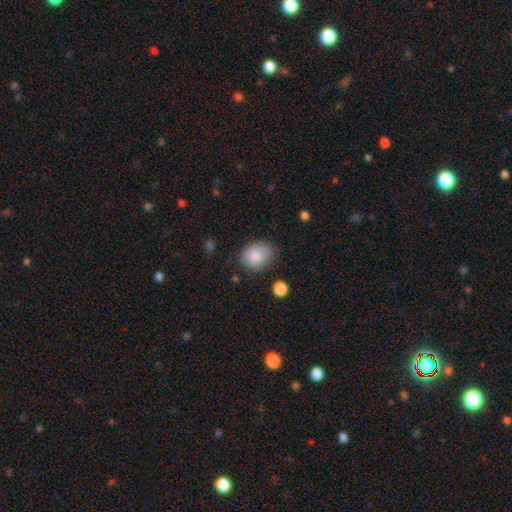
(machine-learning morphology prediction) This is clearly a smooth galaxy (86%). How rounded: possibly in between (52%). Merging: likely none (73%).